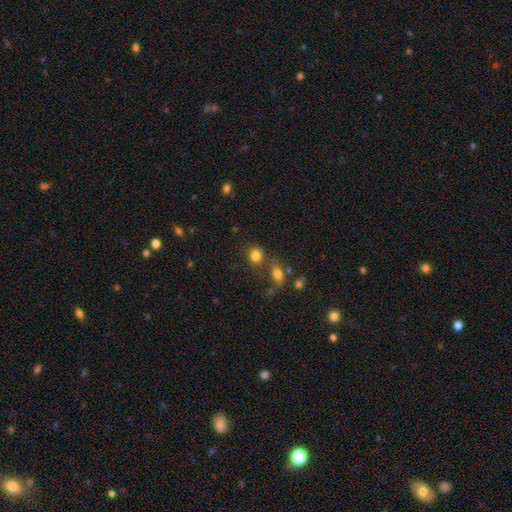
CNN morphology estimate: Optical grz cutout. It shows a smooth galaxy with no disk features (81%) that is round (62%). Merging: none (60%).